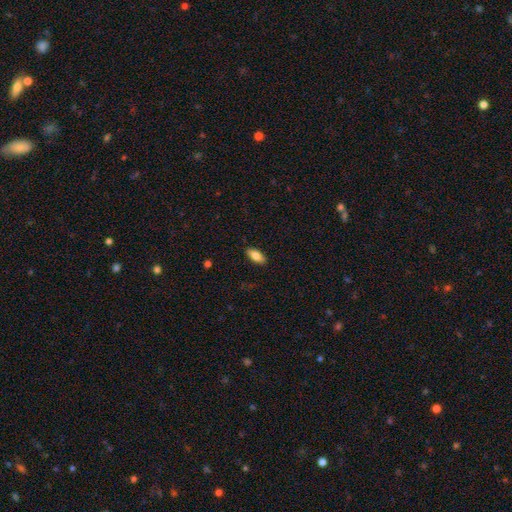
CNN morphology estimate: The model was most divided on "smooth or featured": smooth: 83%, featured or disk: 10%, star or artifact: 7%. More confident: merging — none (88%); how rounded — in between (87%).